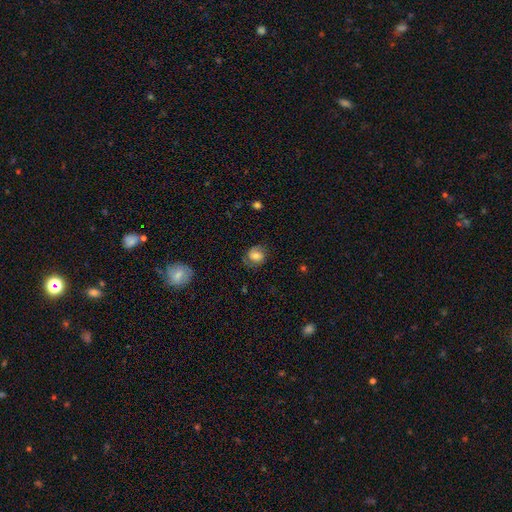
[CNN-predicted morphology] A smooth galaxy with no disk features (46%).

Vote fractions:
- Smooth or featured? smooth: 46% / featured or disk: 44% / star or artifact: 10%
- Merging? none: 70% / minor disturbance: 20% / major disturbance: 9% / merger: 1%